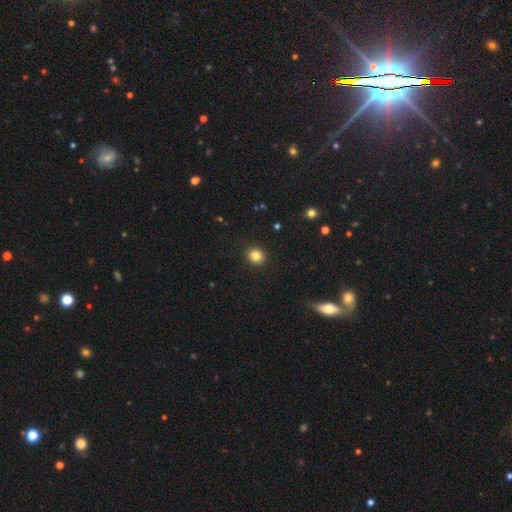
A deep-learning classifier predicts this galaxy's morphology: smooth 84%, star or artifact 11%, featured or disk 5%. Down the decision tree: how rounded — round (81%); merging — none (92%).